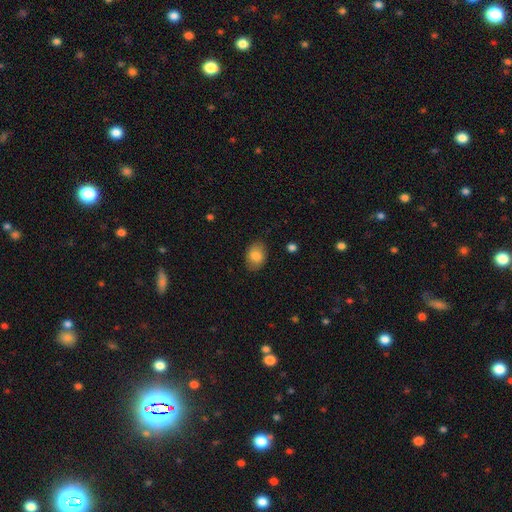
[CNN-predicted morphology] A smooth galaxy with no disk features (83%) that is in between round and cigar-shaped (72%). Merging: none (80%).